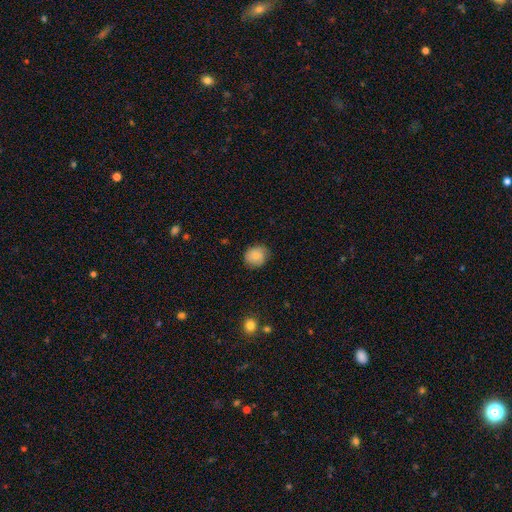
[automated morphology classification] Q: Smooth or featured?
A: smooth (80%); runner-up: featured or disk (12%)
Q: How rounded?
A: round (81%); runner-up: in between (18%)
Q: Merging?
A: none (75%); runner-up: minor disturbance (21%)